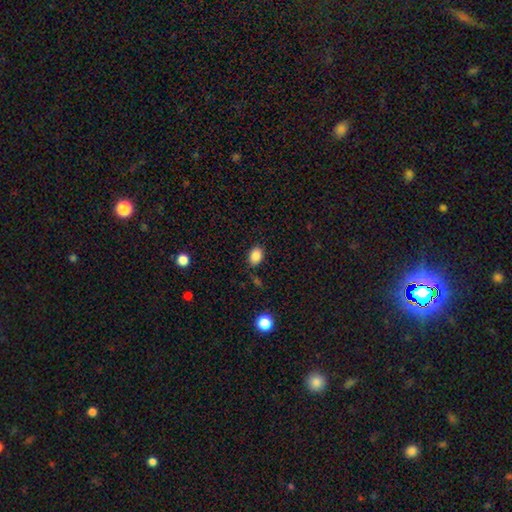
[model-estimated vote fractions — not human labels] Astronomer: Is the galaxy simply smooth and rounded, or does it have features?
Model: smooth — 87%.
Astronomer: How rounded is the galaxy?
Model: in between — 73%.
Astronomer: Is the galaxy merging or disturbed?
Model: none — 80%.